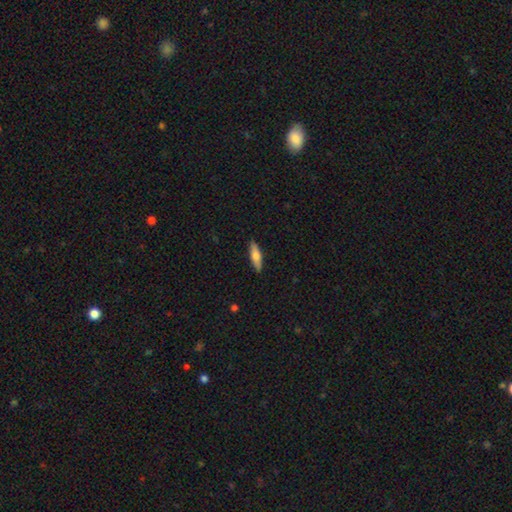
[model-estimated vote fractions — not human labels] The model was most divided on "how rounded": cigar-shaped: 62%, in between: 36%, round: 2%. More confident: merging — none (89%); smooth or featured — smooth (68%).